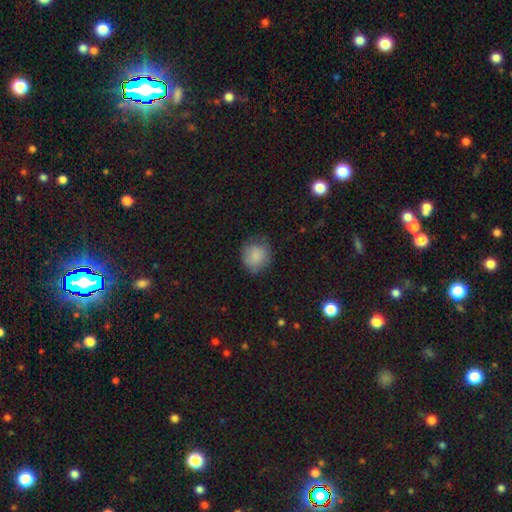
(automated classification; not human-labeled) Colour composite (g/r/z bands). It shows a smooth galaxy with no disk features (83%) that is round (82%). Merging: none (70%).